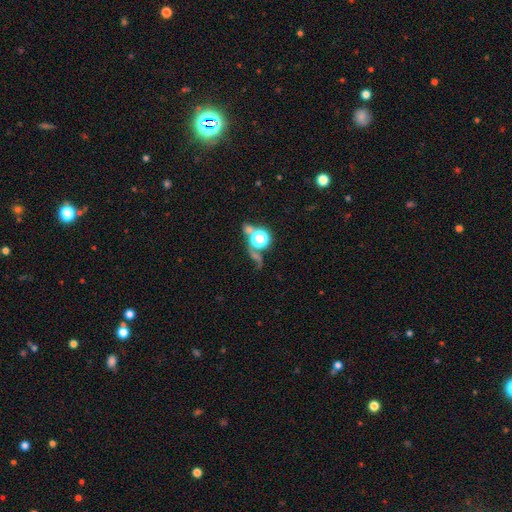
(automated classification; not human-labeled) This is likely a star or artifact rather than a galaxy (60%).